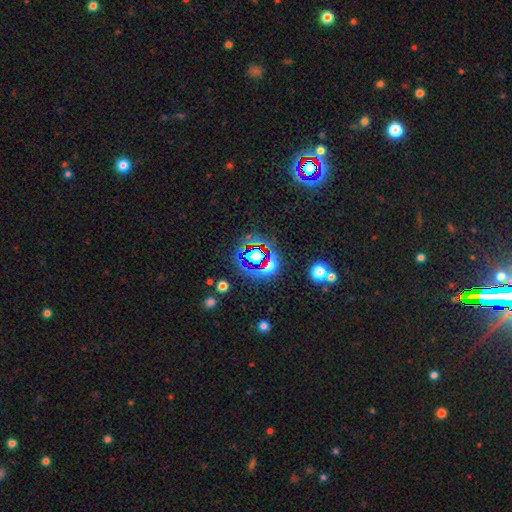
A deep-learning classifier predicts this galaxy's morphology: Smooth or featured: star or artifact — 65% (smooth — 24%)